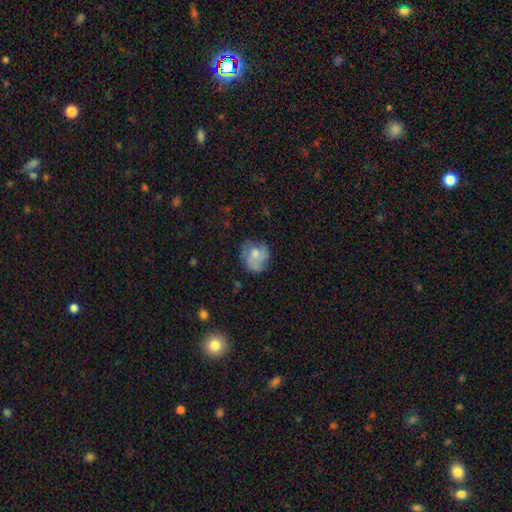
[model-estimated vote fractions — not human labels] The model was most divided on "smooth or featured": smooth: 61%, featured or disk: 31%, star or artifact: 9%. More confident: how rounded — round (72%); merging — none (60%).